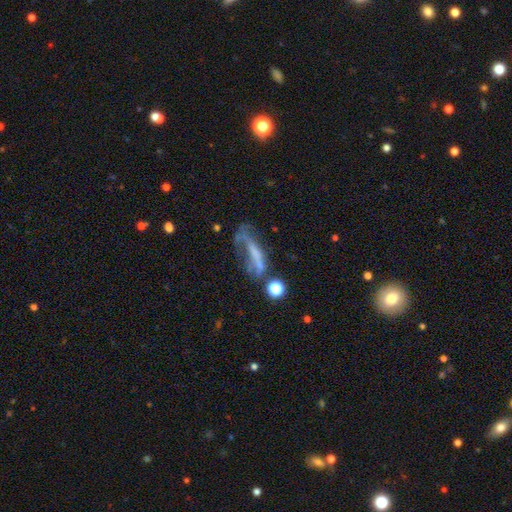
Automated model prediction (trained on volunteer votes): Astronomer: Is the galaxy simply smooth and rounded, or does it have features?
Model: featured or disk — 47% (runner-up: smooth, 37%).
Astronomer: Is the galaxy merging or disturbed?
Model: major disturbance — 41% (runner-up: none, 27%).